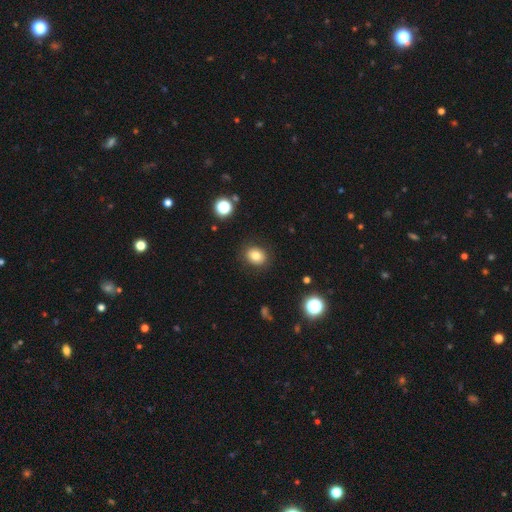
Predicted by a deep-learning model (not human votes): smooth-or-featured: smooth: 81% | star or artifact: 11% | featured or disk: 8%
  how-rounded: round: 53% | in between: 46% | cigar-shaped: 1%
  merging: none: 87% | minor disturbance: 9% | major disturbance: 3% | merger: 1%